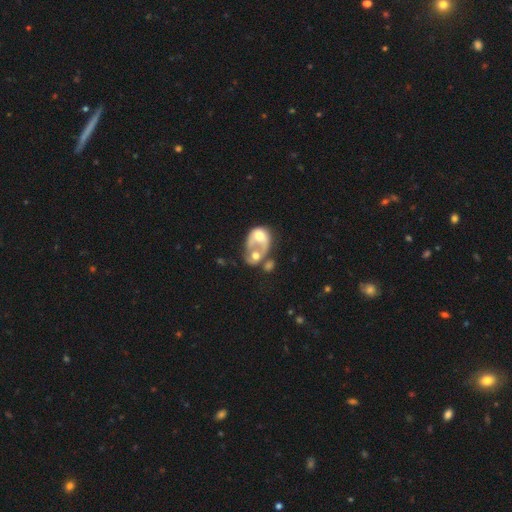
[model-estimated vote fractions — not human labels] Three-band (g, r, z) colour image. It shows a featured or disk galaxy (46%). Merging: merger (69%).